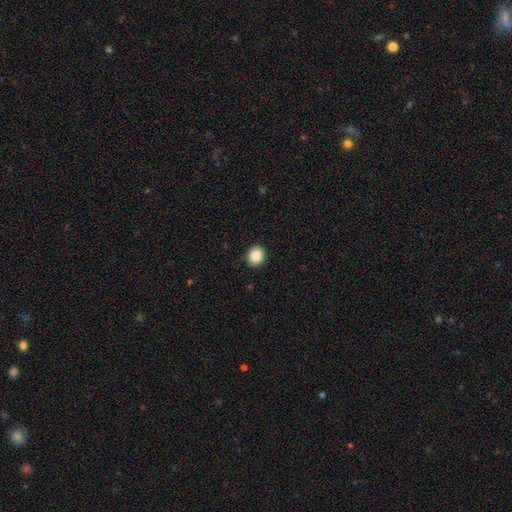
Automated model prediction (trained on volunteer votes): A smooth galaxy with no disk features (86%) that is round (71%). Merging: none (90%).